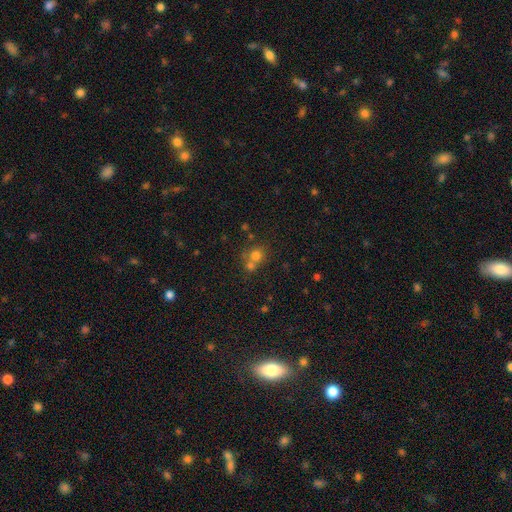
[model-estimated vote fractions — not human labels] smooth_or_featured: smooth (p=0.71) [alt: star or artifact p=0.17]
how_rounded: round (p=0.83) [alt: in between p=0.16]
merging: merger (p=0.46) [alt: none p=0.43]